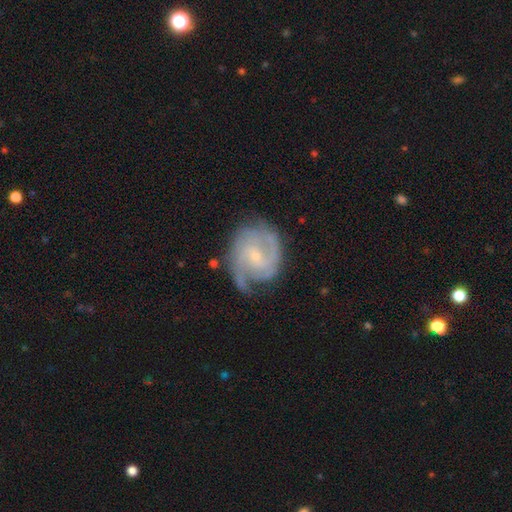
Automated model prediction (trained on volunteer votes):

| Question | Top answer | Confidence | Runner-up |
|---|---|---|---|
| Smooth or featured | featured or disk | 88% | smooth (7%) |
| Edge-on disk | no | 98% | yes (2%) |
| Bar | no | 49% | weak (43%) |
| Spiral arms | yes | 97% | no (3%) |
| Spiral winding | tight | 47% | medium (44%) |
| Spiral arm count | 2 | 52% | 3 (21%) |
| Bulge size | small | 75% | moderate (20%) |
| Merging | none | 67% | minor disturbance (22%) |